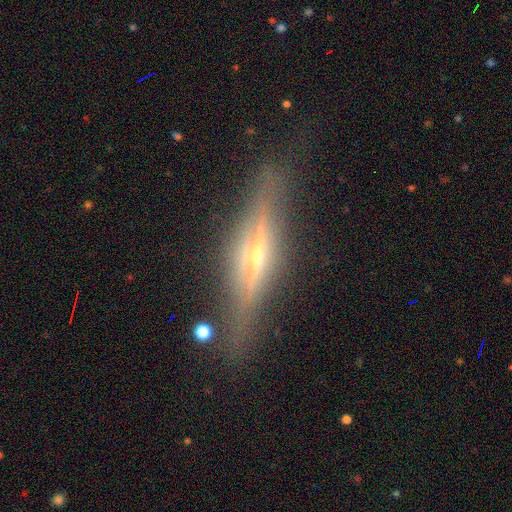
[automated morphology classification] smooth-or-featured: featured or disk: 79% | smooth: 13% | star or artifact: 8%
  disk-edge-on: yes: 95% | no: 5%
    edge-on-bulge: rounded: 75% | none: 12% | boxy: 12%
  merging: none: 81% | minor disturbance: 13% | major disturbance: 4% | merger: 2%